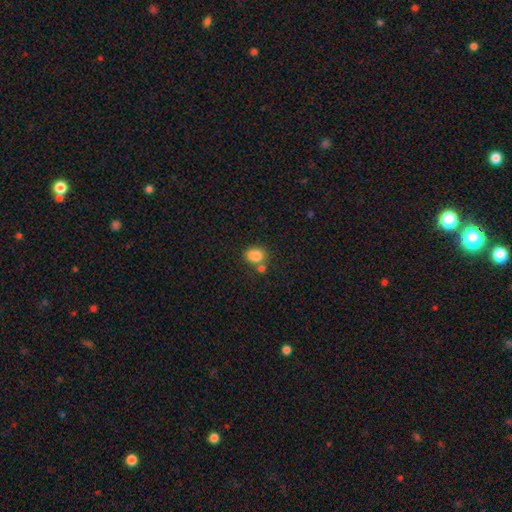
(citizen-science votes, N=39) Overall: smooth (87%). How rounded: in between (56%; round 44%). Merging: none (51%; merger 29%).